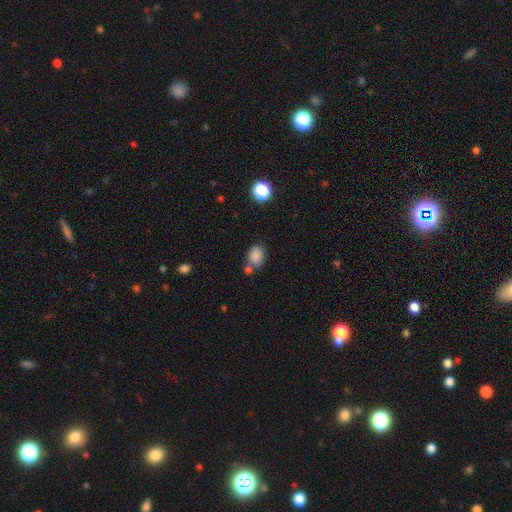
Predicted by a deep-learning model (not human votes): This is clearly a smooth galaxy (84%). How rounded: likely in between (63%). Merging: likely none (60%).